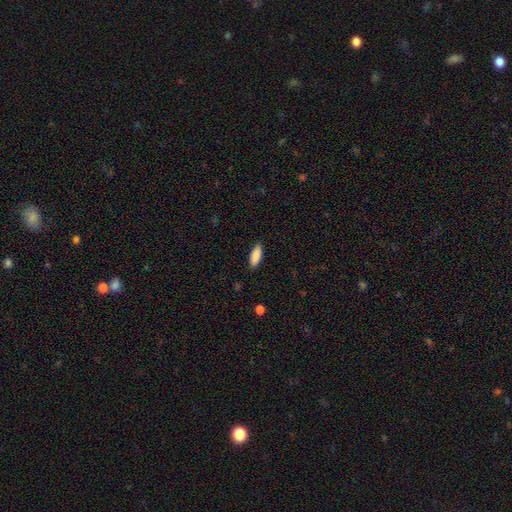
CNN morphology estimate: This appears to be a smooth galaxy with no disk features (89%) that is in between round and cigar-shaped (66%). Merging: none (88%).